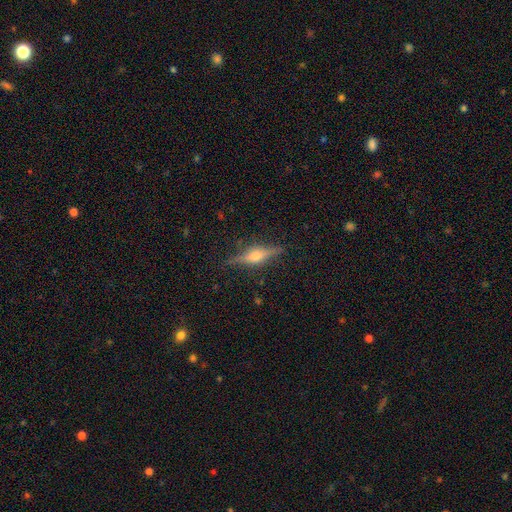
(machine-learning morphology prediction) A featured or disk galaxy (74%) viewed edge-on (97%) with a rounded central bulge (90%). Merging: none (86%).